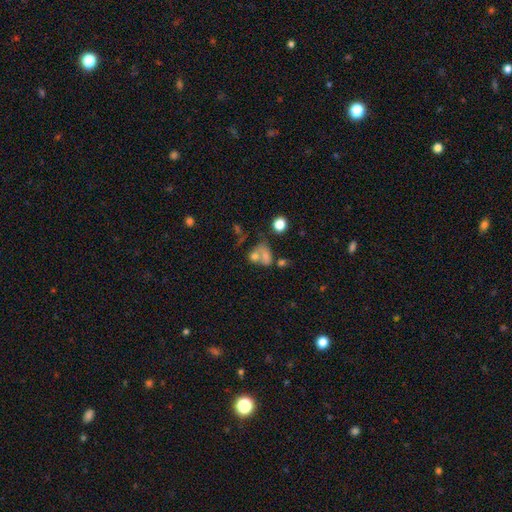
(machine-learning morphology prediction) Smooth or featured?
  - smooth: 62% *
  - featured or disk: 22%
  - star or artifact: 16%
How rounded?
  - in between: 55% *
  - round: 42%
  - cigar-shaped: 2%
Merging?
  - merger: 52% *
  - none: 24%
  - major disturbance: 13%
  - minor disturbance: 11%